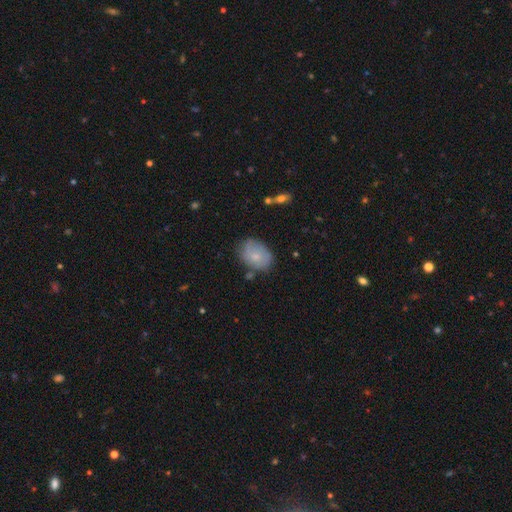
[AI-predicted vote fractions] A smooth galaxy with no disk features (71%) that is in between round and cigar-shaped (76%). Merging: none (67%).